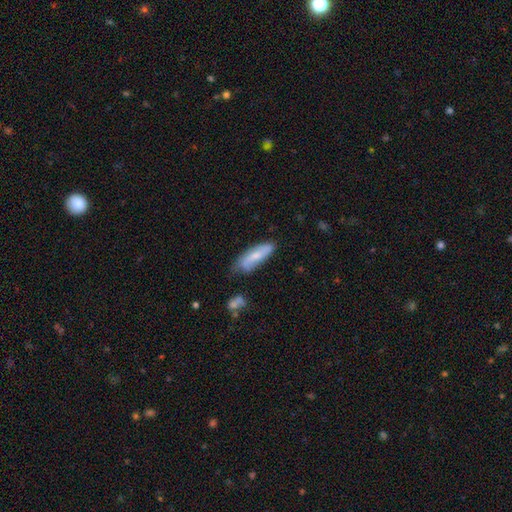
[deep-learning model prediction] Smooth or featured: smooth — 63% (featured or disk — 31%)
How rounded: in between — 50% (cigar-shaped — 48%)
Merging: none — 59% (minor disturbance — 30%)